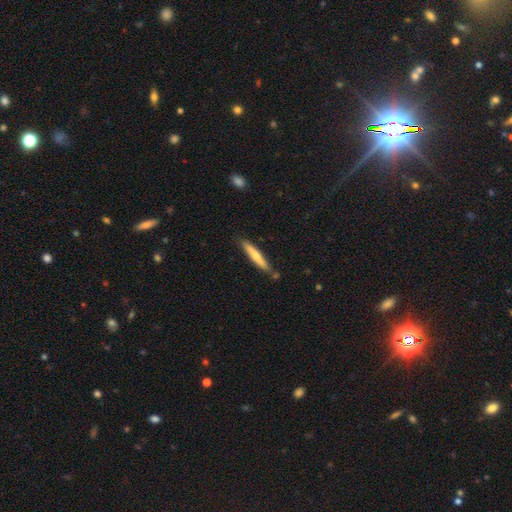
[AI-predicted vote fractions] This is likely a smooth galaxy (64%). How rounded: clearly cigar-shaped (92%). Merging: likely none (79%).